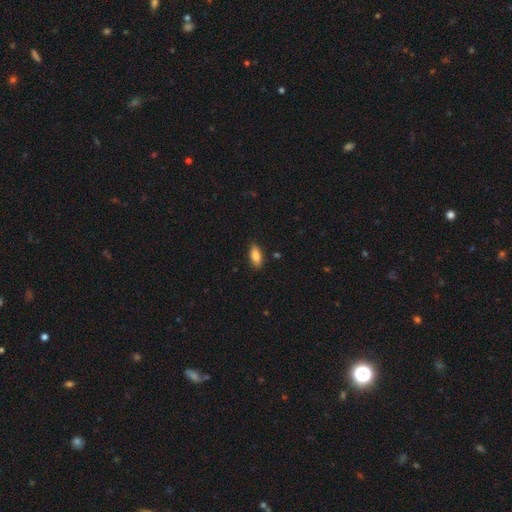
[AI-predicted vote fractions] Overall: smooth (85%). How rounded: in between (83%). Merging: none (86%).